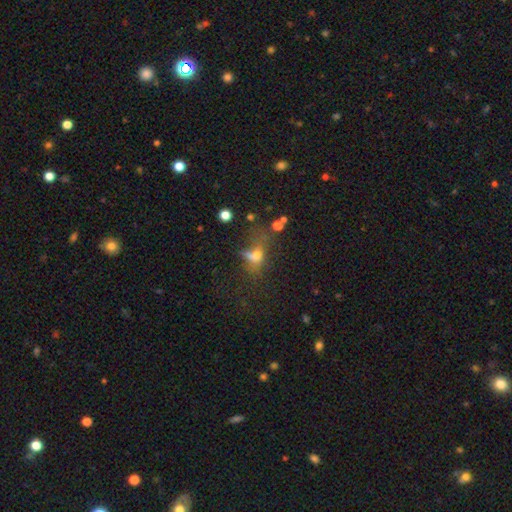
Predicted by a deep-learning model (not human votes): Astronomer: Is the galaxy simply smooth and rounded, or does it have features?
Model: smooth — 50% (runner-up: featured or disk, 26%).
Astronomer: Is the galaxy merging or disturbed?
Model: major disturbance — 40% (runner-up: none, 29%).